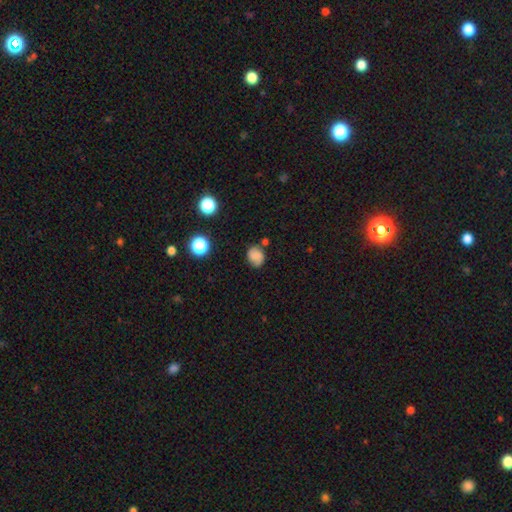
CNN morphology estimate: A smooth galaxy with no disk features (62%) that is round (60%). Merging: none (70%).